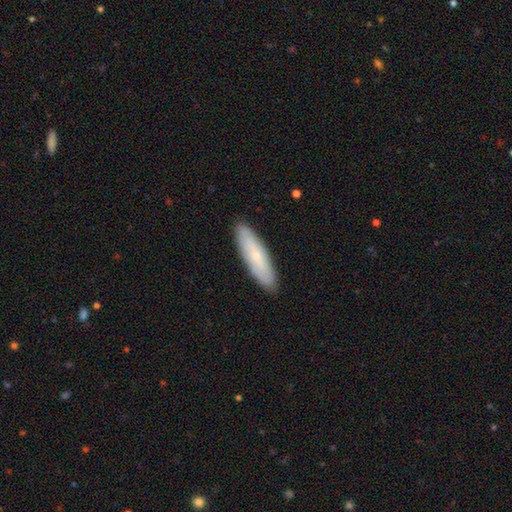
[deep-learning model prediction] Q: Smooth or featured?
A: smooth (60%); runner-up: featured or disk (33%)
Q: How rounded?
A: cigar-shaped (64%); runner-up: in between (34%)
Q: Merging?
A: none (89%); runner-up: minor disturbance (8%)